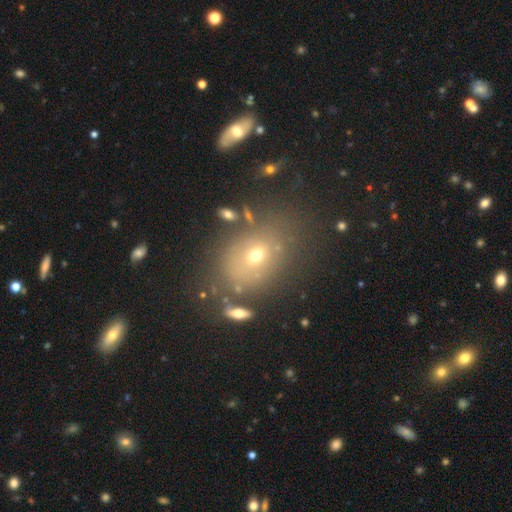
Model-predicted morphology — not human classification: A smooth galaxy with no disk features (56%) that is in between round and cigar-shaped (57%).

Vote fractions:
- Smooth or featured? smooth: 56% / star or artifact: 23% / featured or disk: 22%
- How rounded? in between: 57% / round: 42% / cigar-shaped: 1%
- Merging? none: 72% / minor disturbance: 14% / merger: 7% / major disturbance: 7%